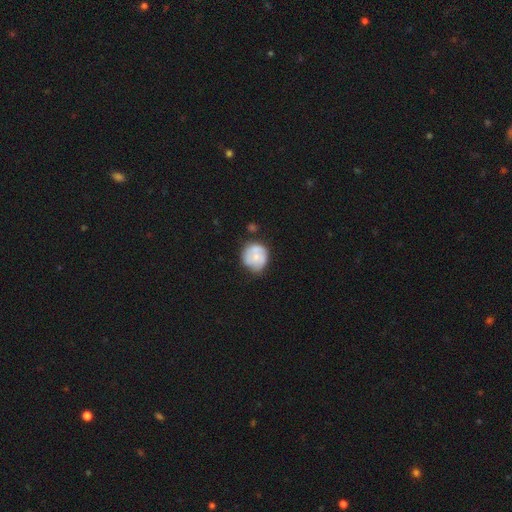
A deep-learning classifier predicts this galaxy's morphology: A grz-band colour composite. It shows a smooth galaxy with no disk features (55%) that is round (83%). Merging: none (58%).